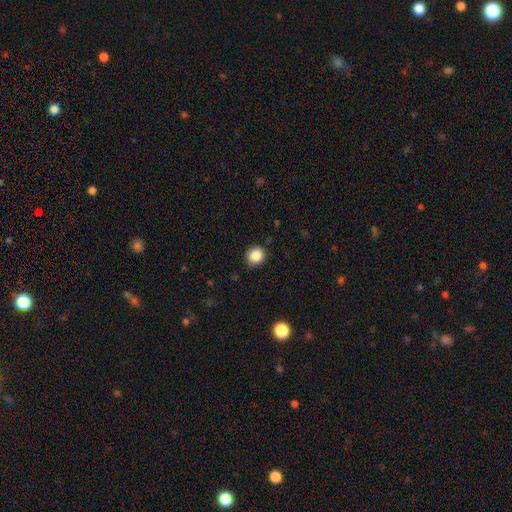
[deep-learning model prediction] smooth 86%, star or artifact 10%, featured or disk 4%. Down the decision tree: how rounded — round (82%); merging — none (88%).